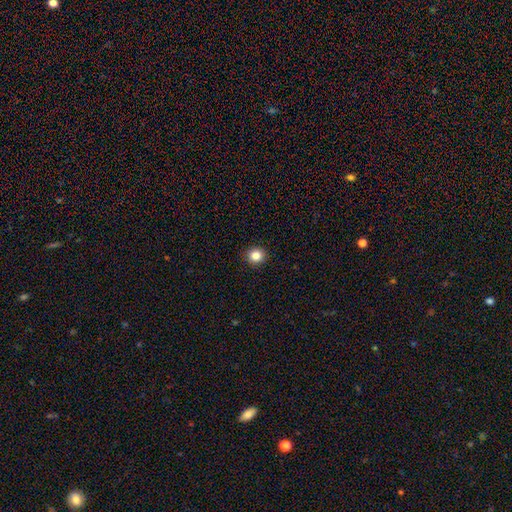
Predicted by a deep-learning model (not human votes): Smooth or featured: smooth — 84% (star or artifact — 11%)
How rounded: round — 87% (in between — 12%)
Merging: none — 92% (minor disturbance — 5%)